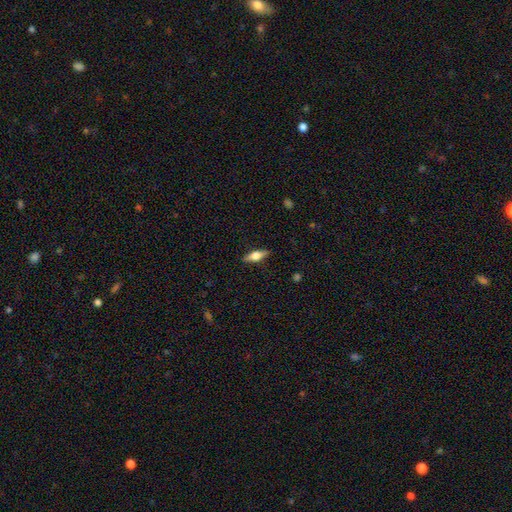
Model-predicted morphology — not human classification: smooth_or_featured: smooth (p=0.49) [alt: featured or disk p=0.44]
merging: none (p=0.87) [alt: minor disturbance p=0.10]